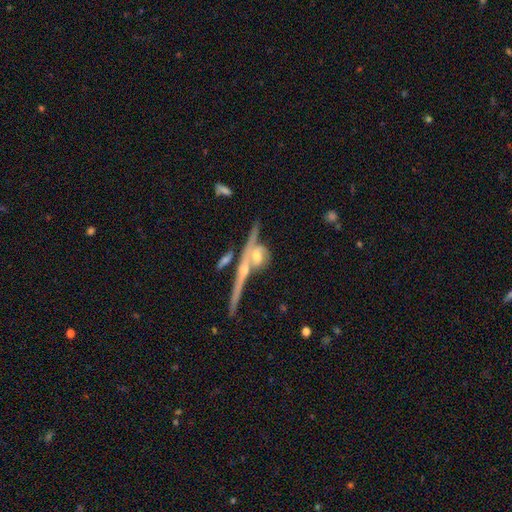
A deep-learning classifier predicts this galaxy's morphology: type=featured or disk (70%); edge-on=yes (63%); merging=none (40%).